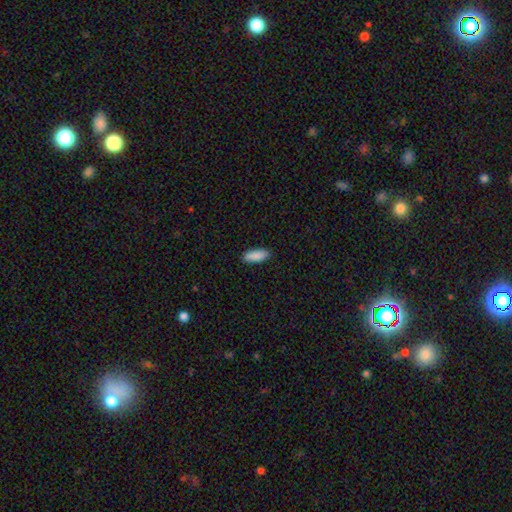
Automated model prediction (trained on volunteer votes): A smooth galaxy with no disk features (90%) that is in between round and cigar-shaped (76%). Merging: none (89%).